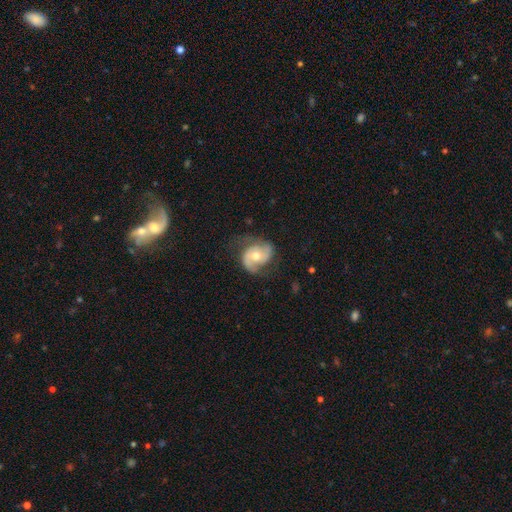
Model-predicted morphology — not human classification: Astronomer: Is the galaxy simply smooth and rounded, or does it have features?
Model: featured or disk — 78%.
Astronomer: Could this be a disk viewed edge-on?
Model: no — 97%.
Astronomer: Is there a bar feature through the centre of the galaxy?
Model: no — 62%.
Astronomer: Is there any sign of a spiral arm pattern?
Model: yes — 94%.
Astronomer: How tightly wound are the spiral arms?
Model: medium — 48% (runner-up: loose, 27%).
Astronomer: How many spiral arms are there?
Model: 2 — 85%.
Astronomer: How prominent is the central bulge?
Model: moderate — 68%.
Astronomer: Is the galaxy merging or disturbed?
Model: none — 63%.